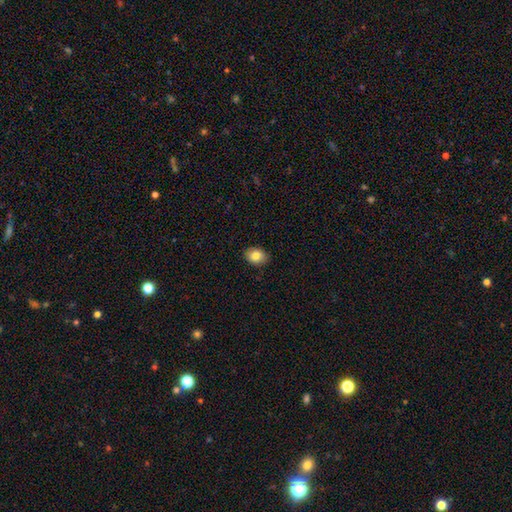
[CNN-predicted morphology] Smooth or featured? Predicted: smooth (p=0.84). How rounded? Predicted: in between (p=0.66). Merging? Predicted: none (p=0.89).